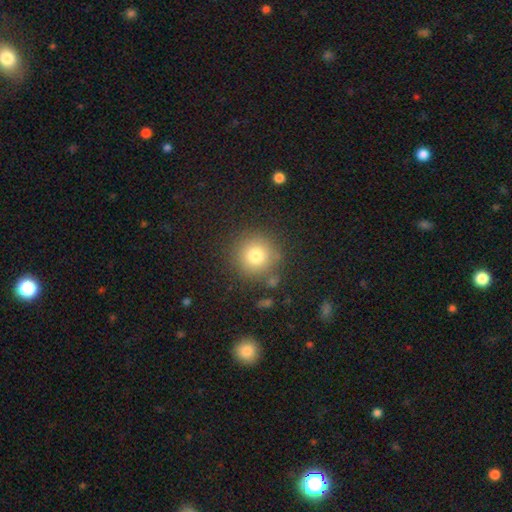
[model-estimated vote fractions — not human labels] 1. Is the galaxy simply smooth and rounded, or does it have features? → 77% smooth, 13% star or artifact, 10% featured or disk.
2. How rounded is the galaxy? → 94% round, 5% in between, 1% cigar-shaped.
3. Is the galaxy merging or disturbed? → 84% none, 9% minor disturbance, 4% major disturbance, 4% merger.